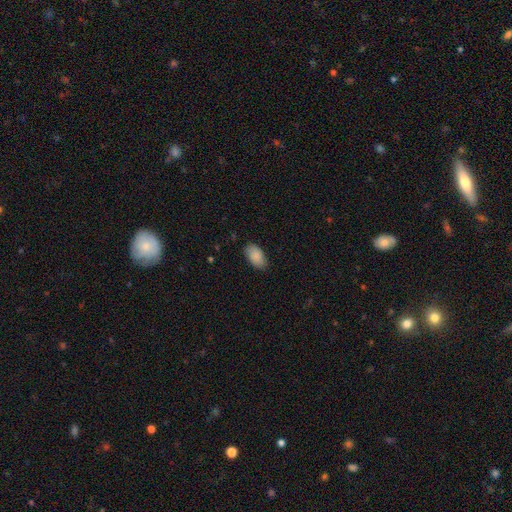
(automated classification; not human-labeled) smooth_or_featured: smooth (p=0.89) [alt: star or artifact p=0.06]
how_rounded: in between (p=0.94) [alt: round p=0.04]
merging: none (p=0.83) [alt: minor disturbance p=0.13]